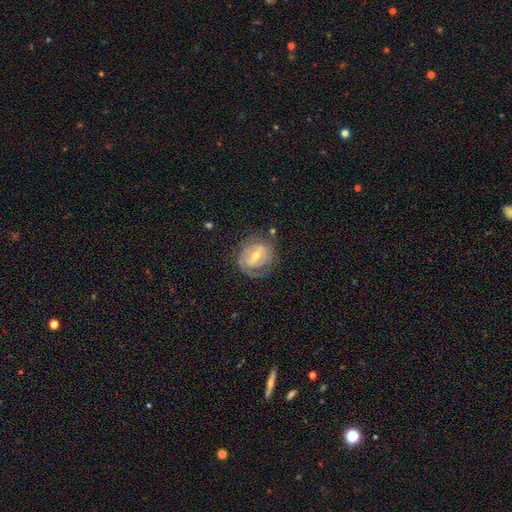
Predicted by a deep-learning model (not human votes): A featured or disk galaxy (81%) with a weak bar (50%), 2 (52%) tight (62%) spiral arms (89%) and a moderate central bulge (59%). Merging: none (68%).